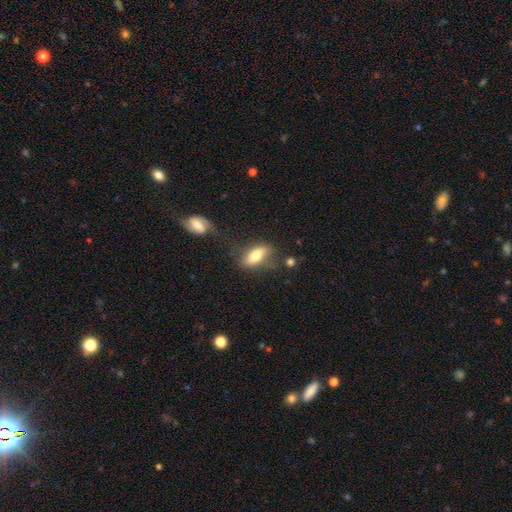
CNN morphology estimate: type=smooth (69%); roundness=in between (81%); merging=none (56%).